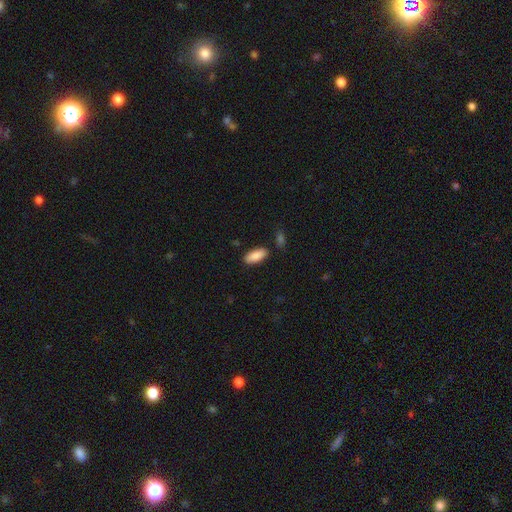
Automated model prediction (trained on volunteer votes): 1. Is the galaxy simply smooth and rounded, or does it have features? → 89% smooth, 6% star or artifact, 5% featured or disk.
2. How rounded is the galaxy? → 85% in between, 13% cigar-shaped, 2% round.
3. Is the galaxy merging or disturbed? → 84% none, 10% minor disturbance, 3% merger, 2% major disturbance.